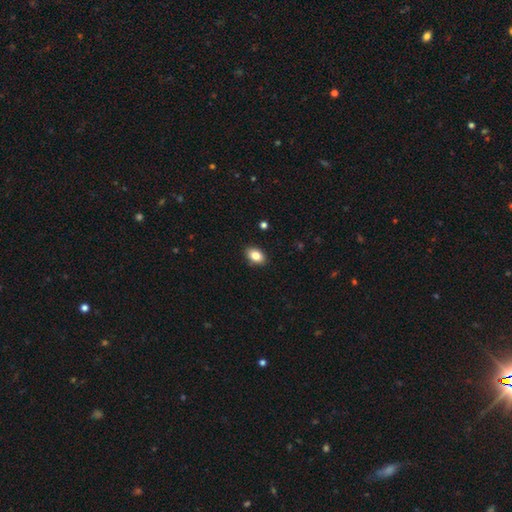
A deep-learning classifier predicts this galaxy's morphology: This is clearly a smooth galaxy (84%). How rounded: clearly in between (85%). Merging: clearly none (89%).